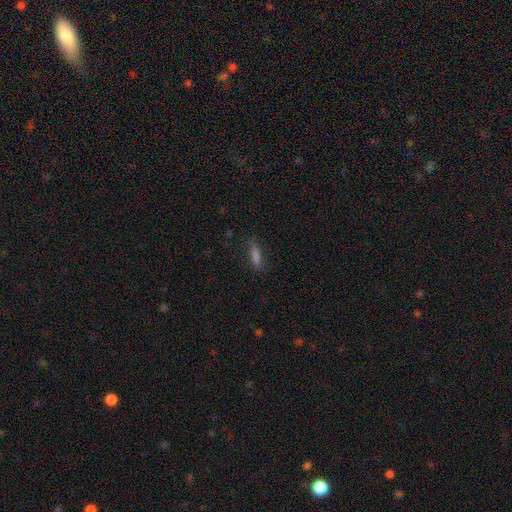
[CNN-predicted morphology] Overall: smooth (69%). How rounded: cigar-shaped (63%; in between 34%). Merging: none (72%).